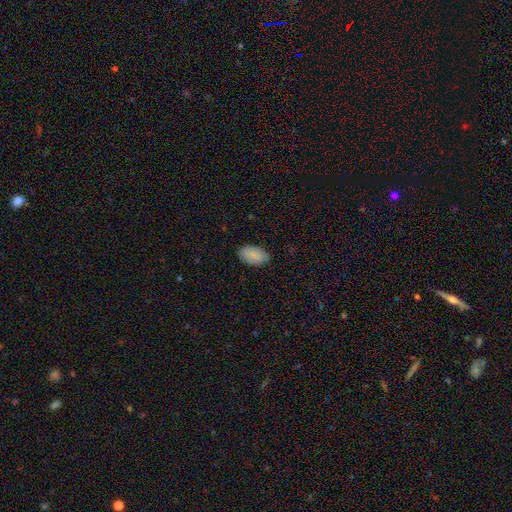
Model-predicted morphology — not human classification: smooth-or-featured: smooth: 85% | featured or disk: 8% | star or artifact: 6%
  how-rounded: in between: 94% | round: 4% | cigar-shaped: 2%
  merging: none: 83% | minor disturbance: 14% | major disturbance: 3% | merger: 1%